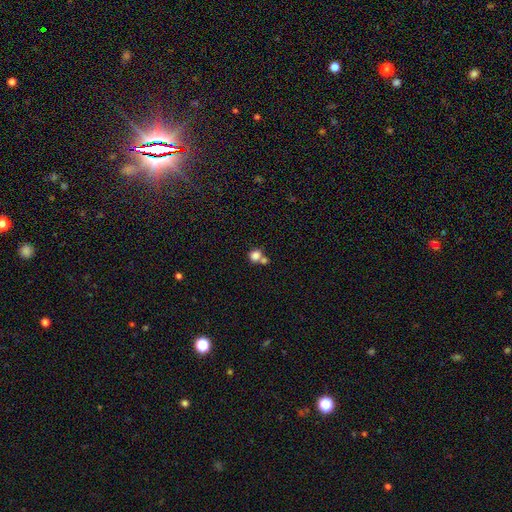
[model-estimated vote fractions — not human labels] smooth 81%, star or artifact 11%, featured or disk 8%. Down the decision tree: how rounded — round (80%); merging — merger (46%).